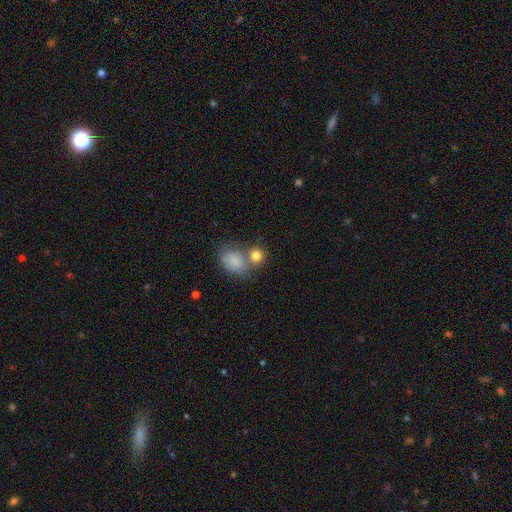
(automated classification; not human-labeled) Smooth or featured?
  - smooth: 82% *
  - featured or disk: 9%
  - star or artifact: 9%
How rounded?
  - round: 68% *
  - in between: 31%
  - cigar-shaped: 1%
Merging?
  - merger: 44% *
  - none: 42%
  - minor disturbance: 10%
  - major disturbance: 5%